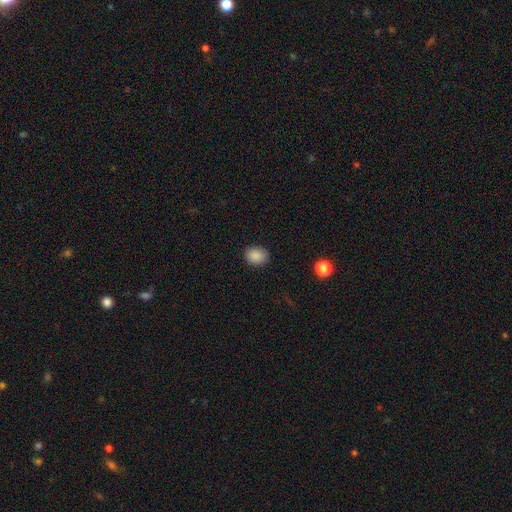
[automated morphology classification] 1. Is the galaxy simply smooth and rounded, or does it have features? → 87% smooth, 9% star or artifact, 4% featured or disk.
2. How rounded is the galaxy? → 52% in between, 47% round, 1% cigar-shaped.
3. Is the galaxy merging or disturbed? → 85% none, 11% minor disturbance, 3% major disturbance, 1% merger.